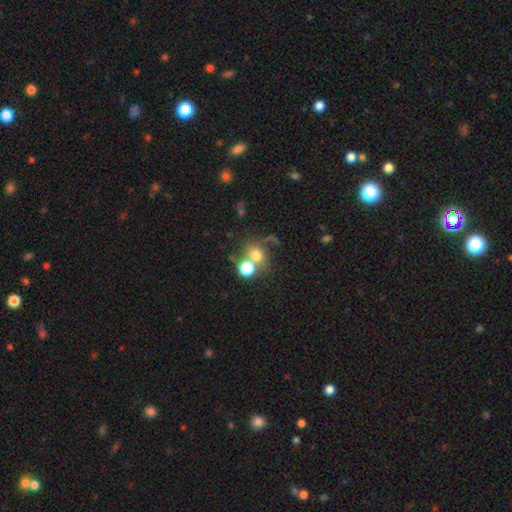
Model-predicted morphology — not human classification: This appears to be a smooth galaxy with no disk features (72%) that is round (77%). Merging: none (42%).